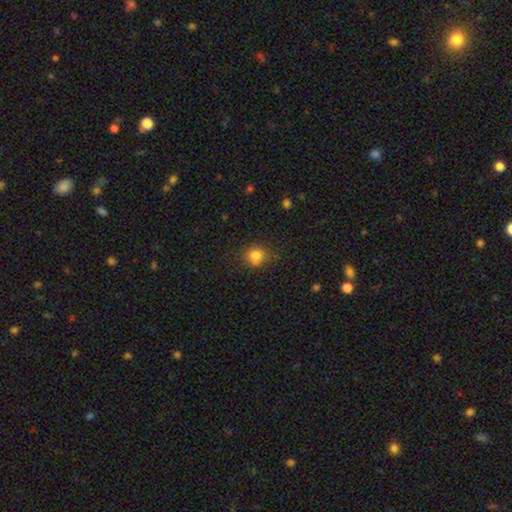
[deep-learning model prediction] A smooth galaxy with no disk features (78%) that is round (71%).

Vote fractions:
- Smooth or featured? smooth: 78% / star or artifact: 13% / featured or disk: 9%
- How rounded? round: 71% / in between: 28% / cigar-shaped: 1%
- Merging? none: 63% / minor disturbance: 18% / merger: 14% / major disturbance: 5%